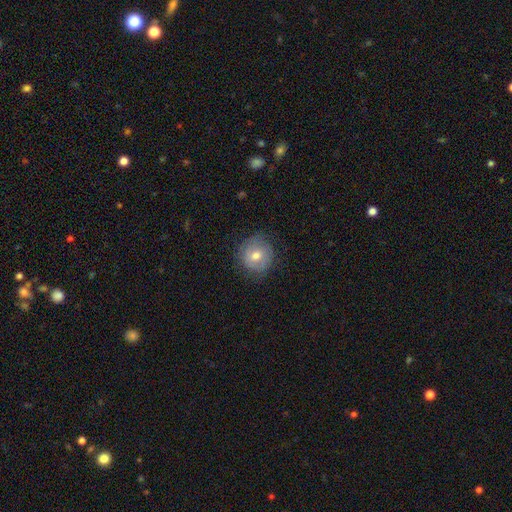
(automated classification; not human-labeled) The model was most divided on "smooth or featured": smooth: 61%, featured or disk: 31%, star or artifact: 8%. More confident: how rounded — round (86%); merging — none (74%).